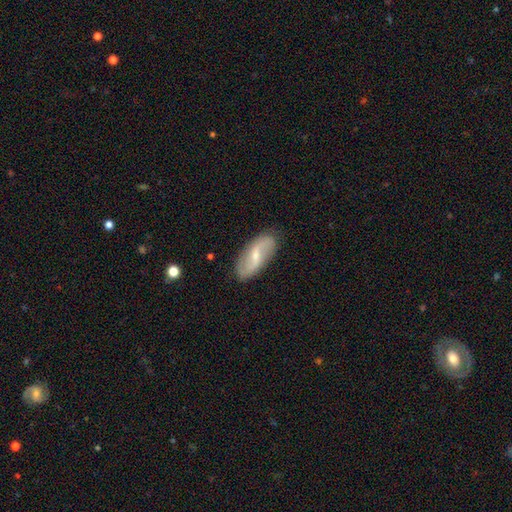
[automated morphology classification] The model was most divided on "bar": weak: 50%, strong: 27%, no: 22%. More confident: edge-on disk — no (93%); spiral arm count — 2 (89%); spiral arms — yes (89%); merging — none (84%); smooth or featured — featured or disk (72%); bulge size — small (66%); spiral winding — loose (65%).